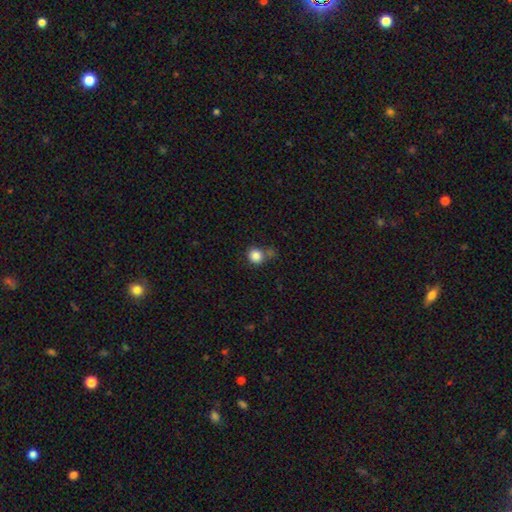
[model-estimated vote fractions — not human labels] This appears to be a smooth galaxy with no disk features (85%) that is round (86%). Merging: none (62%).